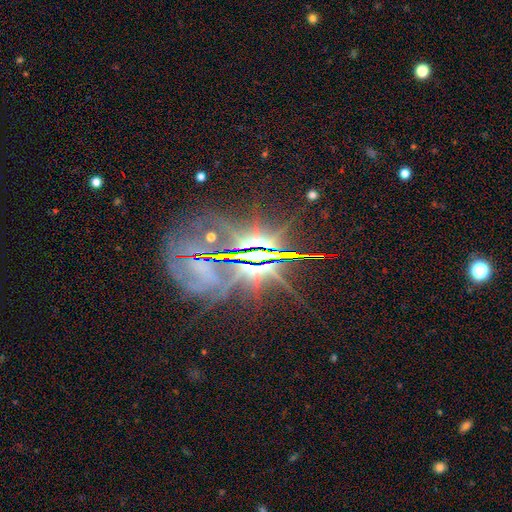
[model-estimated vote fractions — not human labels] smooth_or_featured: star or artifact (p=0.61) [alt: featured or disk p=0.20]